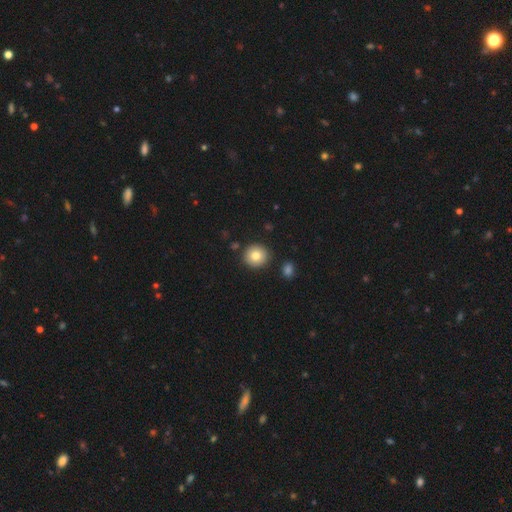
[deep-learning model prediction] A smooth galaxy with no disk features (81%) that is round (93%). Merging: none (89%).